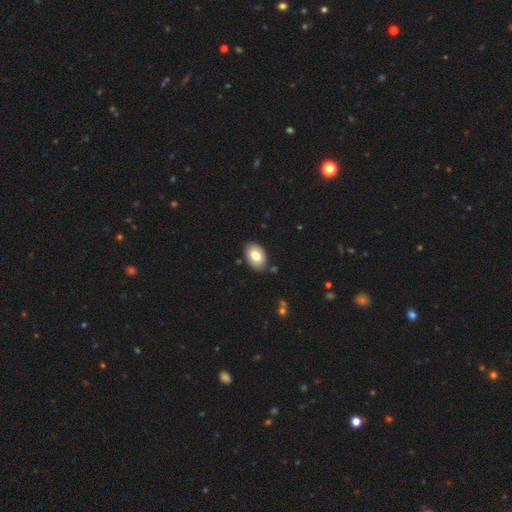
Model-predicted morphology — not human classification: This is clearly a smooth galaxy (81%). How rounded: clearly in between (90%). Merging: clearly none (84%).